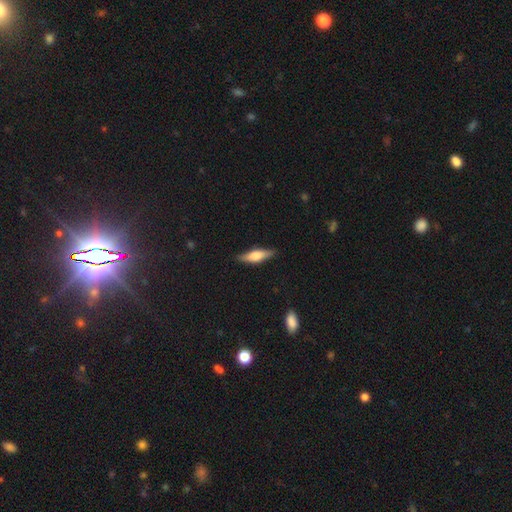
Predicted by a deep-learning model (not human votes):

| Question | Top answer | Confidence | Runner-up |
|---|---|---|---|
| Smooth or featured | smooth | 51% | featured or disk (43%) |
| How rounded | cigar-shaped | 60% | in between (37%) |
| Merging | none | 85% | minor disturbance (11%) |